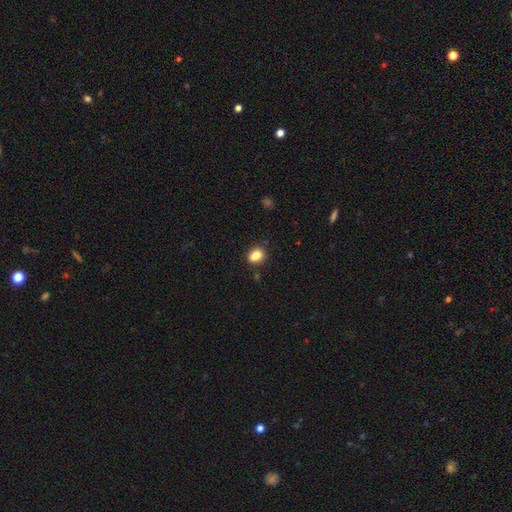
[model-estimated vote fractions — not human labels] Q: Smooth or featured?
A: smooth (83%); runner-up: star or artifact (10%)
Q: How rounded?
A: in between (65%); runner-up: round (33%)
Q: Merging?
A: none (68%); runner-up: minor disturbance (16%)